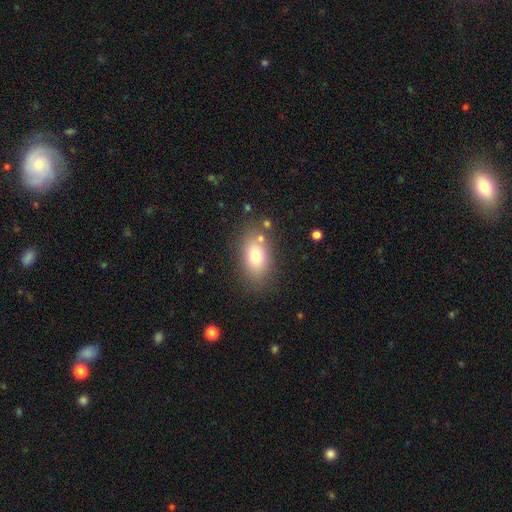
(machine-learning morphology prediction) A smooth galaxy with no disk features (74%) that is in between round and cigar-shaped (81%). Merging: none (77%).